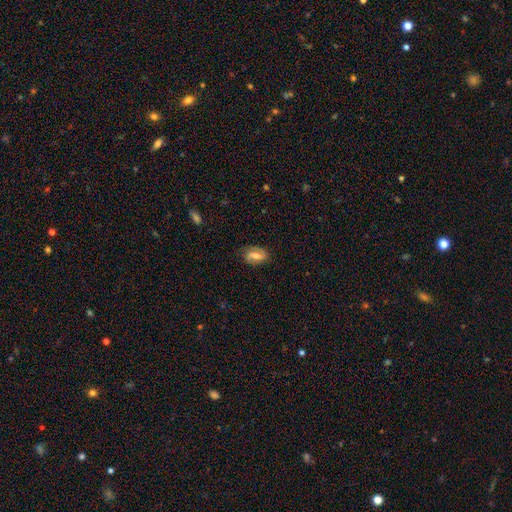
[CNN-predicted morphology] Smooth or featured: featured or disk — 65% (smooth — 27%)
Edge-on disk: no — 95% (yes — 5%)
Bar: weak — 41% (strong — 39%)
Spiral arms: yes — 88% (no — 12%)
Spiral winding: medium — 41% (loose — 34%)
Spiral arm count: 2 — 84% (1 — 7%)
Bulge size: moderate — 56% (small — 30%)
Merging: none — 77% (minor disturbance — 16%)